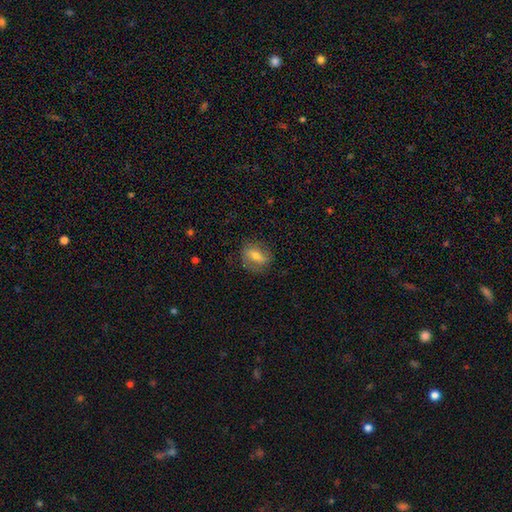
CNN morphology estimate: Smooth or featured? smooth (46%)
Merging? none (78%)